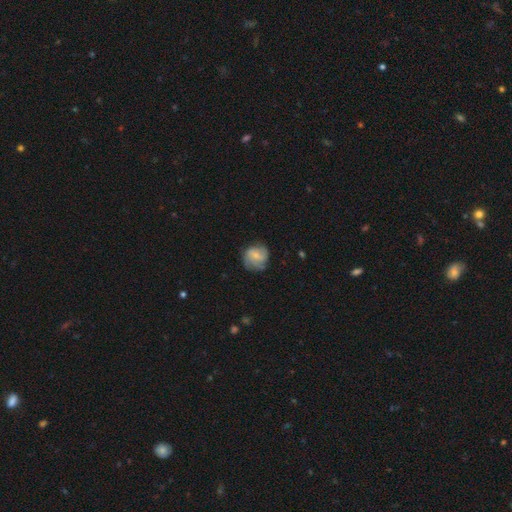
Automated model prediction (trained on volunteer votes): Smooth or featured: smooth — 48% (featured or disk — 44%)
Merging: none — 66% (minor disturbance — 24%)